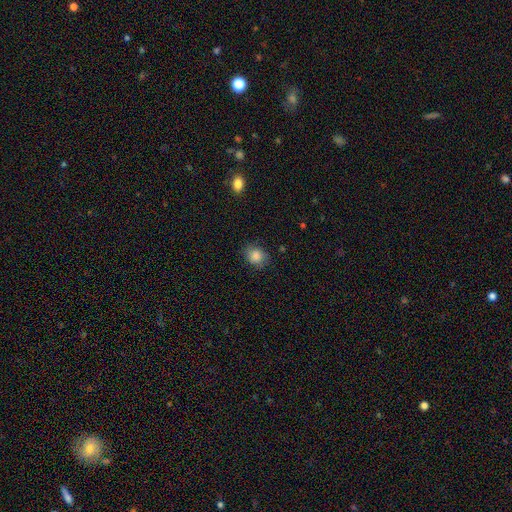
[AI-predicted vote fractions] Q: Smooth or featured?
A: smooth (85%); runner-up: star or artifact (10%)
Q: How rounded?
A: round (60%); runner-up: in between (39%)
Q: Merging?
A: none (79%); runner-up: minor disturbance (16%)